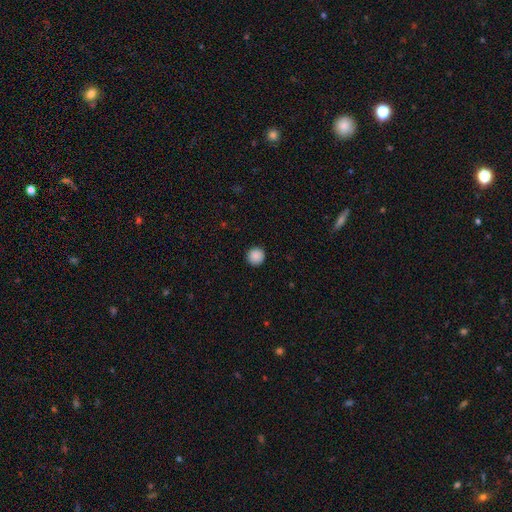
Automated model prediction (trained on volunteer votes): Q: Smooth or featured?
A: smooth (89%); runner-up: star or artifact (9%)
Q: How rounded?
A: round (96%); runner-up: in between (3%)
Q: Merging?
A: none (92%); runner-up: minor disturbance (5%)